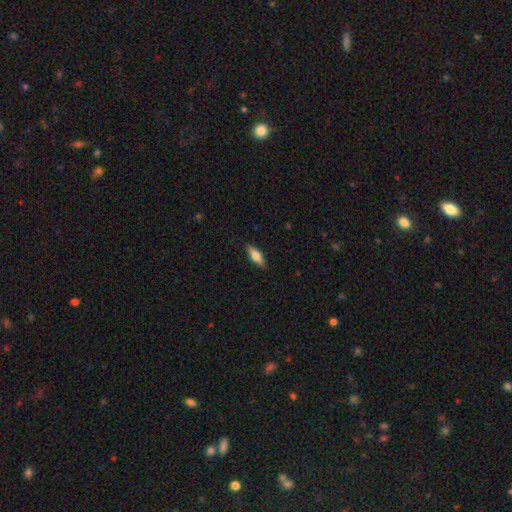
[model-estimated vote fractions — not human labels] smooth 65%, featured or disk 28%, star or artifact 6%. Down the decision tree: how rounded — in between (66%); merging — none (86%).